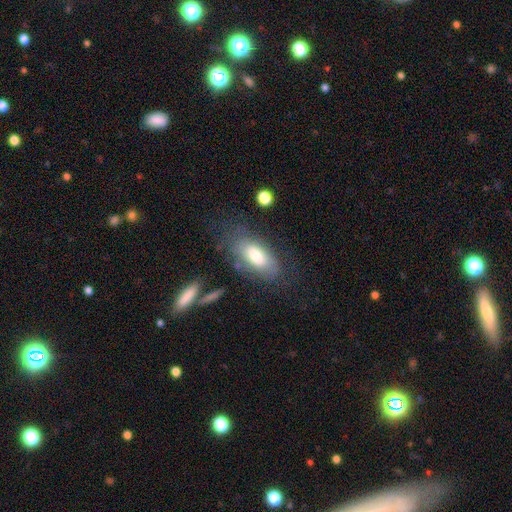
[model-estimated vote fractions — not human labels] Overall: smooth (71%). How rounded: in between (88%). Merging: none (66%).